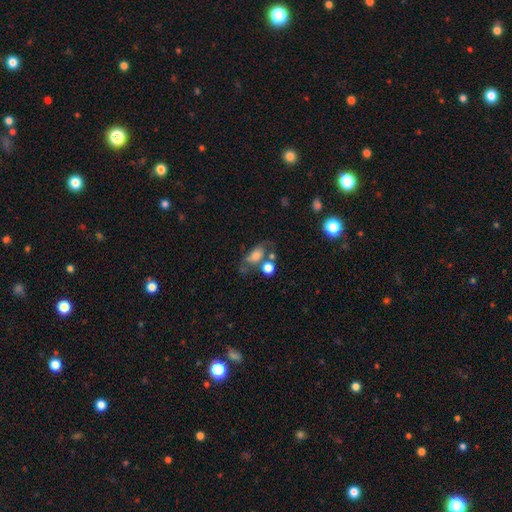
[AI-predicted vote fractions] Smooth or featured? smooth (65%)
How rounded? in between (75%)
Merging? none (38%)